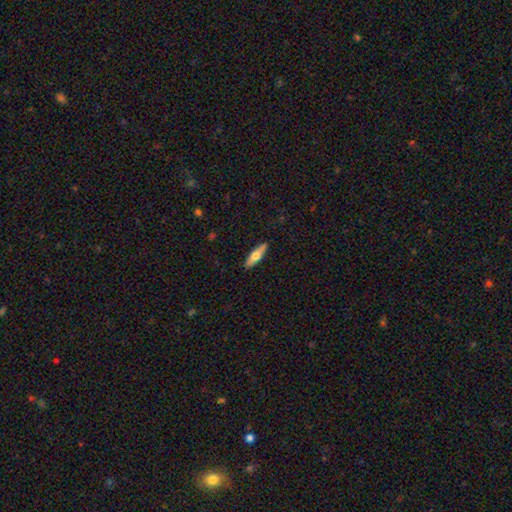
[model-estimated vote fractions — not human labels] Overall: smooth (56%; featured or disk 38%). How rounded: cigar-shaped (61%; in between 37%). Merging: none (89%).